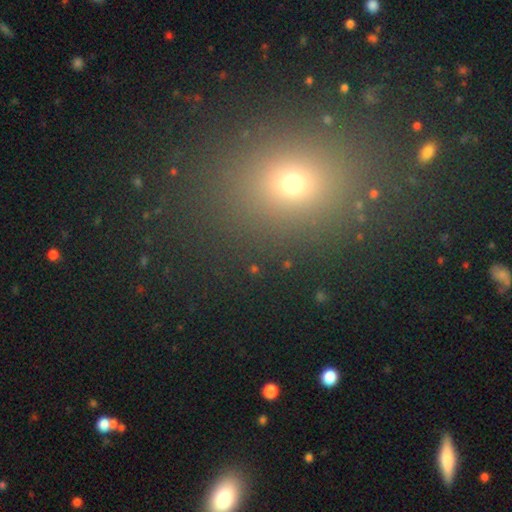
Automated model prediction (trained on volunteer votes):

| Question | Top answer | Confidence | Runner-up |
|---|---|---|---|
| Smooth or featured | smooth | 59% | star or artifact (32%) |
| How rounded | in between | 50% | round (48%) |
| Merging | none | 87% | minor disturbance (7%) |